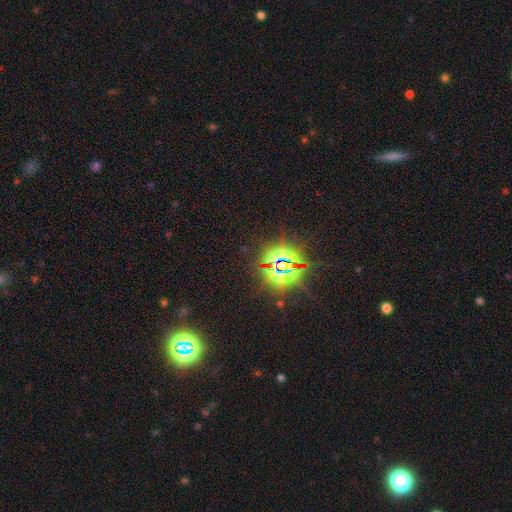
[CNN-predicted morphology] Overall: star or artifact (84%).